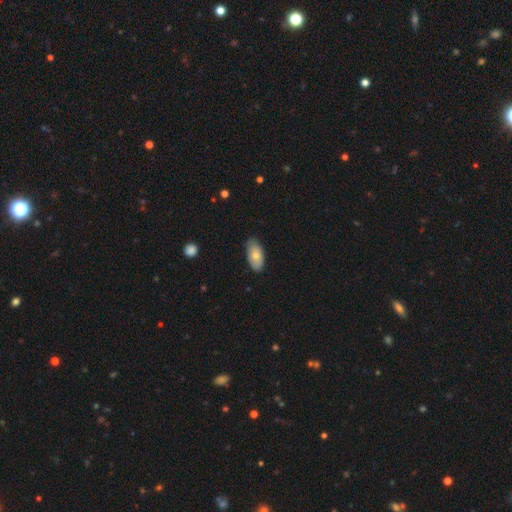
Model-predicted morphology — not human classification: Smooth or featured? Predicted: smooth (p=0.73). How rounded? Predicted: in between (p=0.93). Merging? Predicted: none (p=0.75).